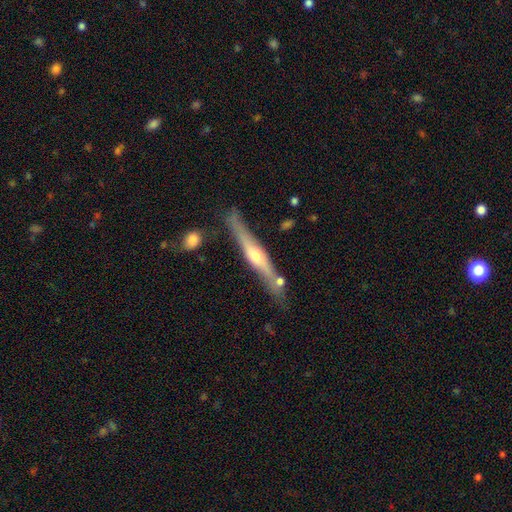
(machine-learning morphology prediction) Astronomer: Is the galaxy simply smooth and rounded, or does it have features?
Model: featured or disk — 70%.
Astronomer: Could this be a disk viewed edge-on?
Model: yes — 95%.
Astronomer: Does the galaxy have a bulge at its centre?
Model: rounded — 87%.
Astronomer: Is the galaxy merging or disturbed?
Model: none — 75%.